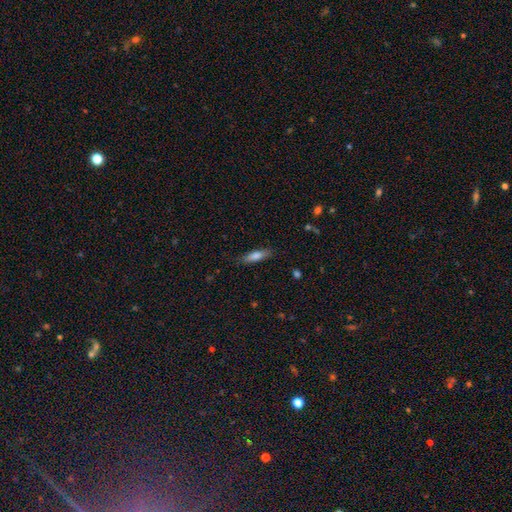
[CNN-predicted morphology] Smooth or featured? smooth (75%)
How rounded? cigar-shaped (60%)
Merging? none (85%)